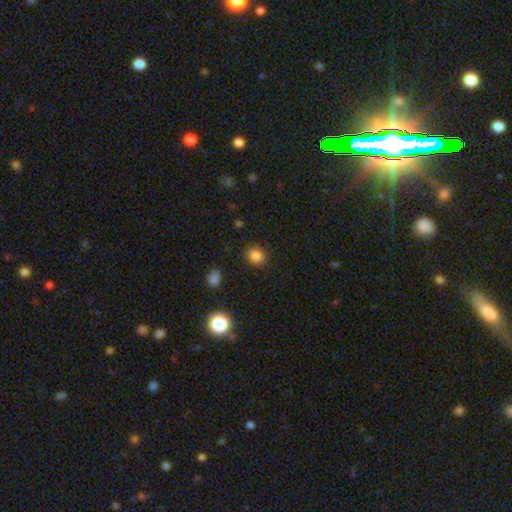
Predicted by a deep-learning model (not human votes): Q: Smooth or featured?
A: smooth (83%); runner-up: star or artifact (13%)
Q: How rounded?
A: round (80%); runner-up: in between (19%)
Q: Merging?
A: none (88%); runner-up: minor disturbance (8%)